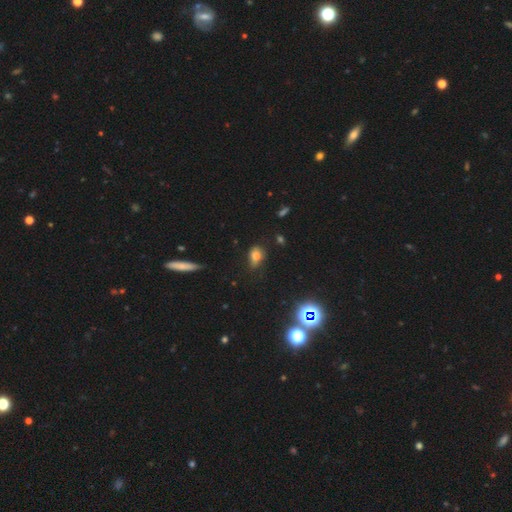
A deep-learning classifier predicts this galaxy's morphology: smooth_or_featured: smooth (p=0.74) [alt: star or artifact p=0.16]
how_rounded: in between (p=0.72) [alt: round p=0.26]
merging: none (p=0.53) [alt: minor disturbance p=0.32]